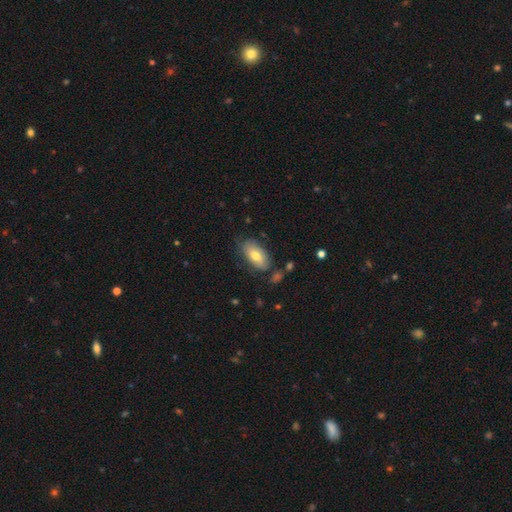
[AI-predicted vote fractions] Smooth or featured: smooth — 70% (featured or disk — 23%)
How rounded: in between — 92% (cigar-shaped — 4%)
Merging: none — 71% (minor disturbance — 21%)